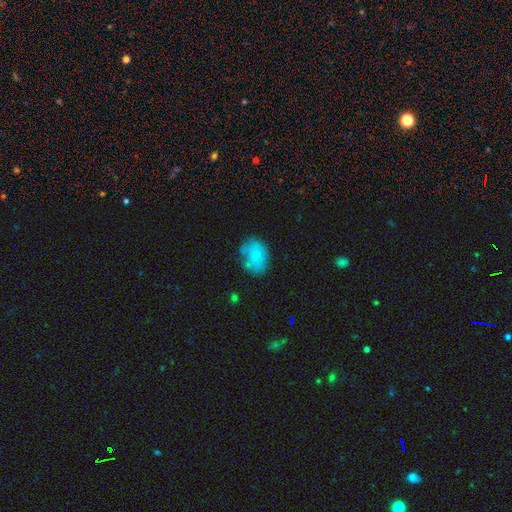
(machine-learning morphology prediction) Smooth or featured?
  - smooth: 66% *
  - featured or disk: 25%
  - star or artifact: 9%
How rounded?
  - in between: 56% *
  - round: 43%
  - cigar-shaped: 1%
Merging?
  - none: 55% *
  - minor disturbance: 27%
  - major disturbance: 12%
  - merger: 6%